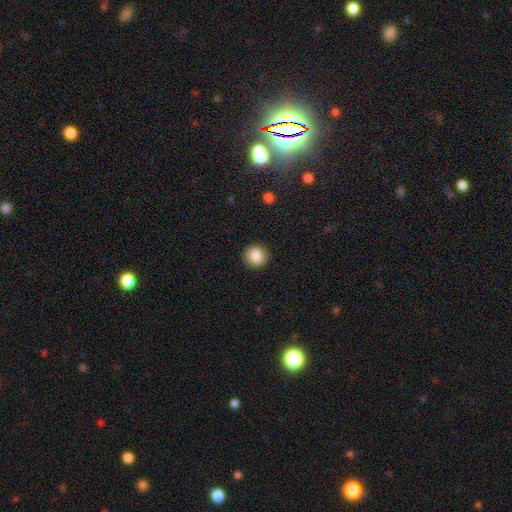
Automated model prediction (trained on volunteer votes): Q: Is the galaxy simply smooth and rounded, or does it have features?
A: smooth — 84%.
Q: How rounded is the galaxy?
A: round — 86%.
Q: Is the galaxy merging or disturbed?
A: none — 90%.